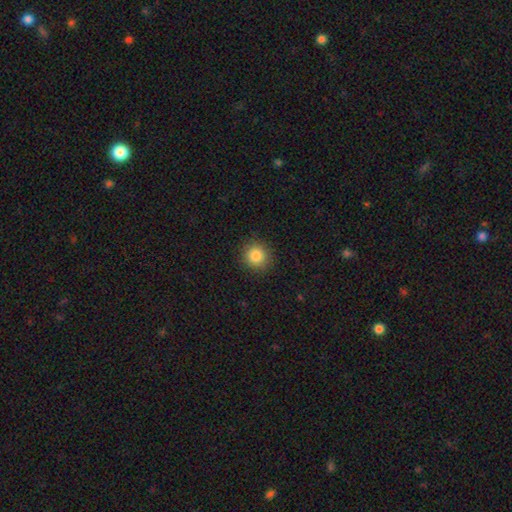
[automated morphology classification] This appears to be a smooth galaxy with no disk features (85%) that is round (92%). Merging: none (90%).